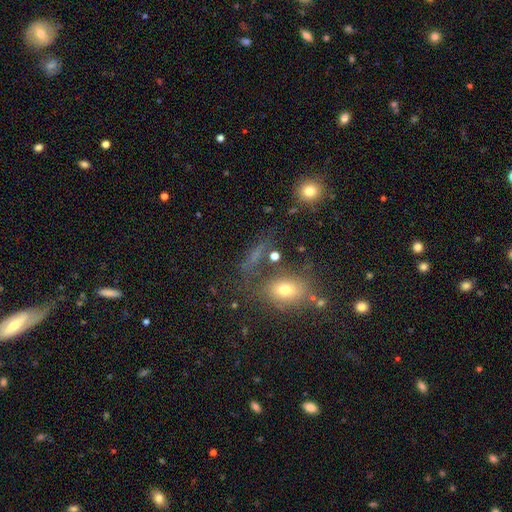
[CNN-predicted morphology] smooth 56%, star or artifact 24%, featured or disk 20%. Down the decision tree: how rounded — in between (53%); merging — none (63%).